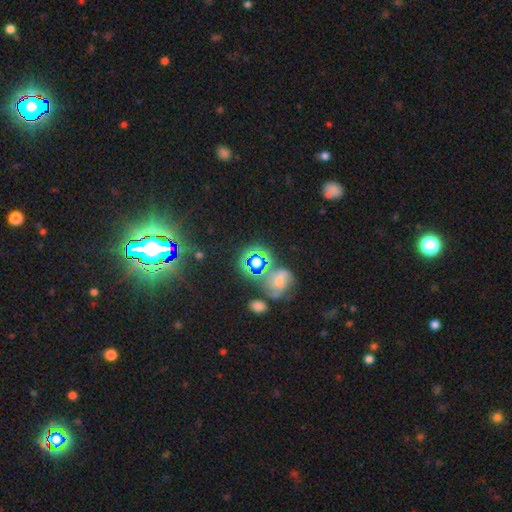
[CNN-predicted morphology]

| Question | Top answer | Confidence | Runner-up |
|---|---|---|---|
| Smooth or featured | star or artifact | 61% | smooth (21%) |